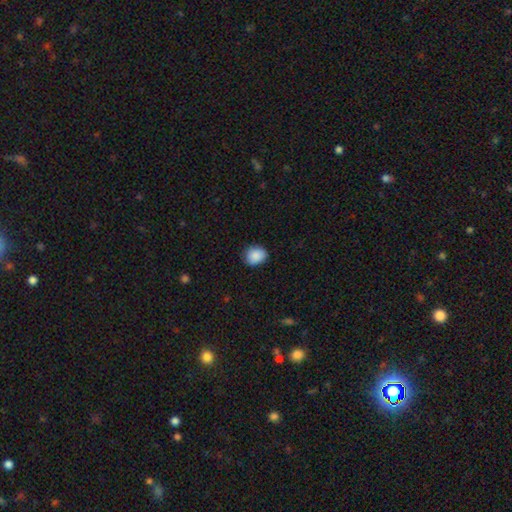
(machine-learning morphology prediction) type=smooth (88%); roundness=round (60%); merging=none (81%).